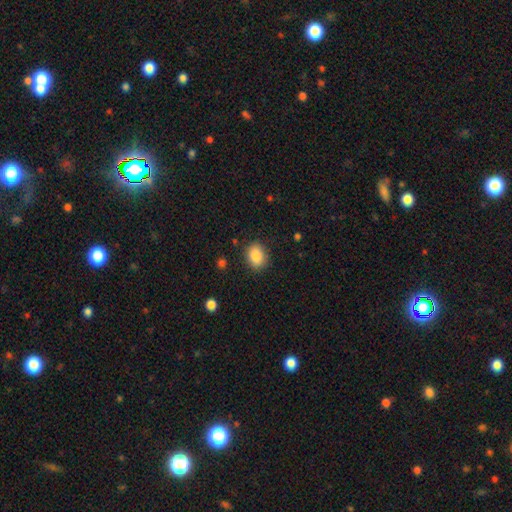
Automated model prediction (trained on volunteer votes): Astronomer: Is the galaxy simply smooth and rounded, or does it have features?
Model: smooth — 87%.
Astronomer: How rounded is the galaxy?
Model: in between — 56% (runner-up: round, 43%).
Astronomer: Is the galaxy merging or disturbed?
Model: none — 85%.